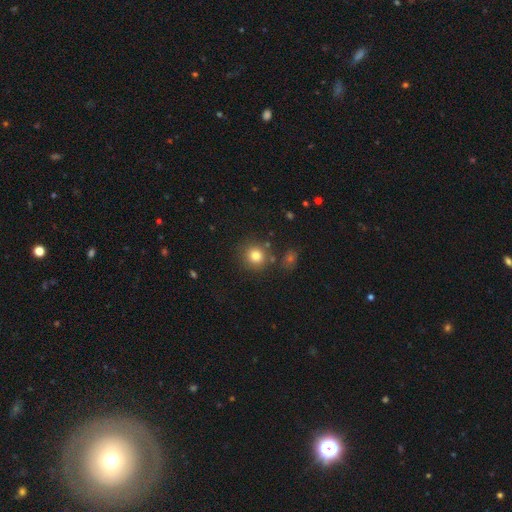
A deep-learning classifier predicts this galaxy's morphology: Smooth or featured? smooth (81%)
How rounded? round (87%)
Merging? none (78%)